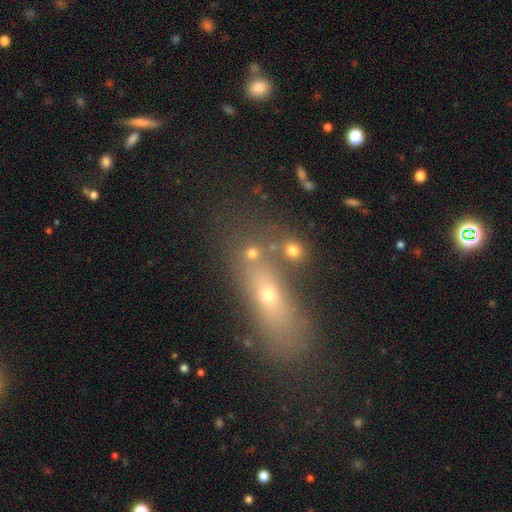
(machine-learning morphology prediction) A smooth galaxy with no disk features (50%) that is in between round and cigar-shaped (47%). Merging: none (55%).